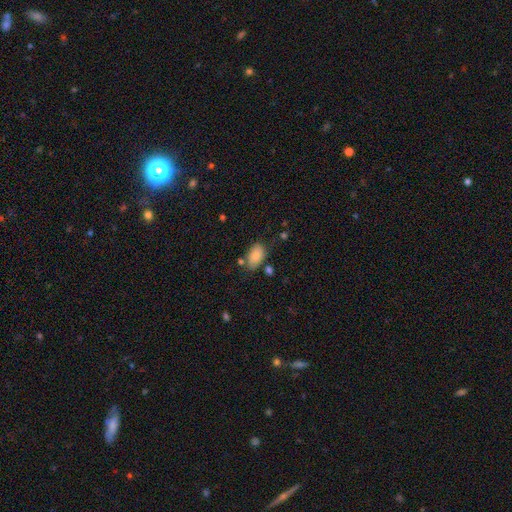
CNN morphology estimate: A smooth galaxy with no disk features (85%) that is in between round and cigar-shaped (92%). Merging: none (68%).